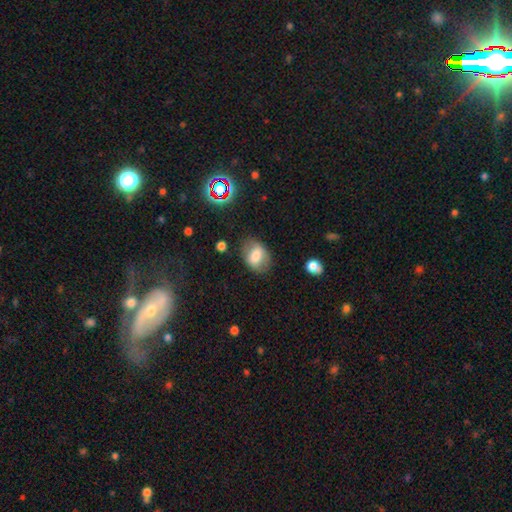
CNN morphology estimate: smooth-or-featured: smooth: 71% | featured or disk: 19% | star or artifact: 10%
  how-rounded: in between: 73% | round: 25% | cigar-shaped: 1%
  merging: none: 76% | minor disturbance: 16% | major disturbance: 6% | merger: 2%